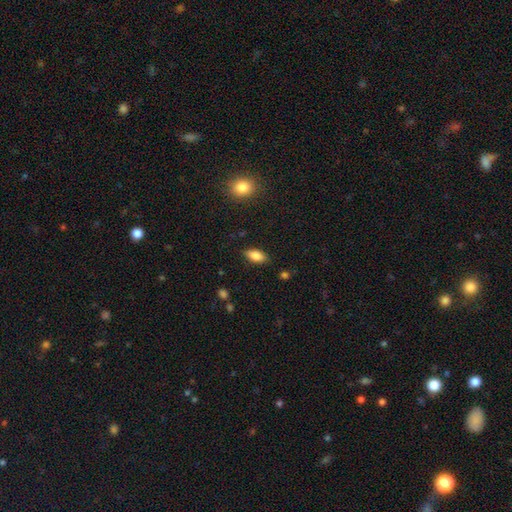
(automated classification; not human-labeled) smooth_or_featured: smooth (p=0.82) [alt: featured or disk p=0.10]
how_rounded: in between (p=0.87) [alt: cigar-shaped p=0.10]
merging: none (p=0.85) [alt: minor disturbance p=0.11]